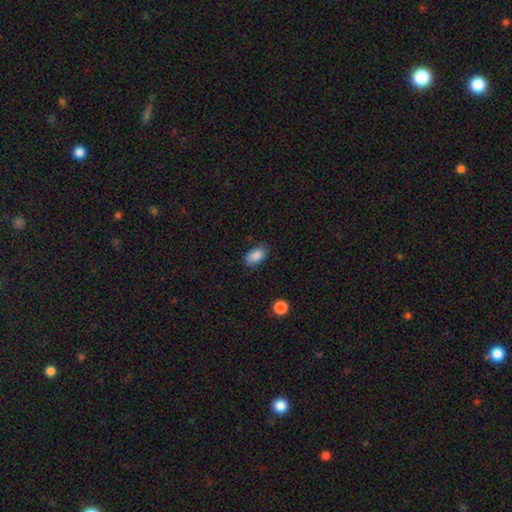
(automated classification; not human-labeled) Overall: smooth (87%). How rounded: in between (91%). Merging: none (83%).